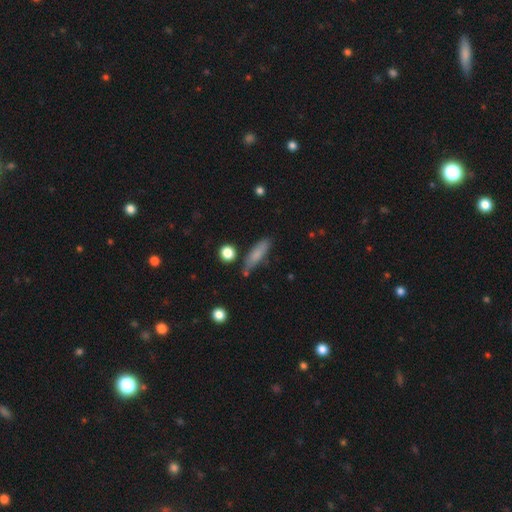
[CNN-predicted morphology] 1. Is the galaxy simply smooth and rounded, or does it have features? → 74% smooth, 18% featured or disk, 8% star or artifact.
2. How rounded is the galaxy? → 64% cigar-shaped, 33% in between, 3% round.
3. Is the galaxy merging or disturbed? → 73% none, 18% minor disturbance, 5% merger, 4% major disturbance.